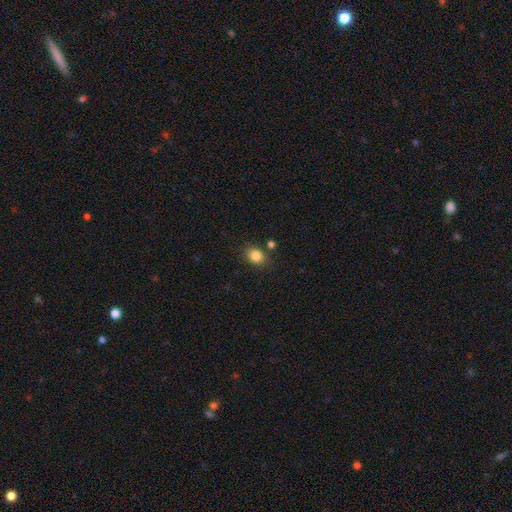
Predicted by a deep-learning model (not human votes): Q: Smooth or featured?
A: smooth (84%); runner-up: star or artifact (11%)
Q: How rounded?
A: round (53%); runner-up: in between (46%)
Q: Merging?
A: none (80%); runner-up: minor disturbance (11%)